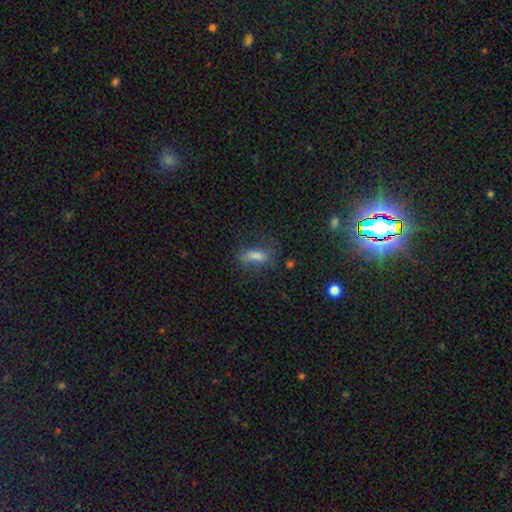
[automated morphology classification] The model was most divided on "how rounded": in between: 63%, cigar-shaped: 32%, round: 5%. More confident: smooth or featured — smooth (66%); merging — none (58%).